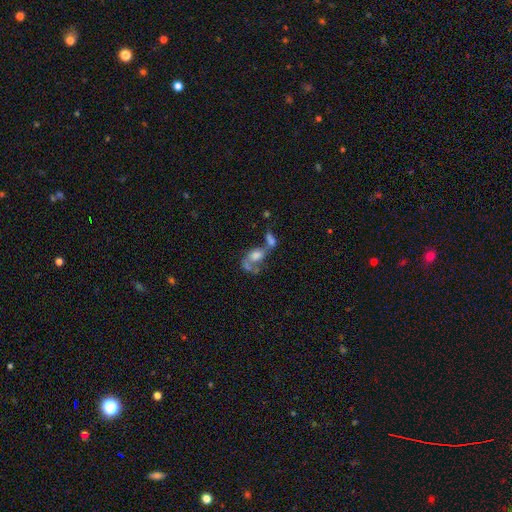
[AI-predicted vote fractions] smooth-or-featured: featured or disk: 51% | smooth: 35% | star or artifact: 14%
  disk-edge-on: no: 95% | yes: 5%
  merging: merger: 59% | major disturbance: 17% | none: 16% | minor disturbance: 8%